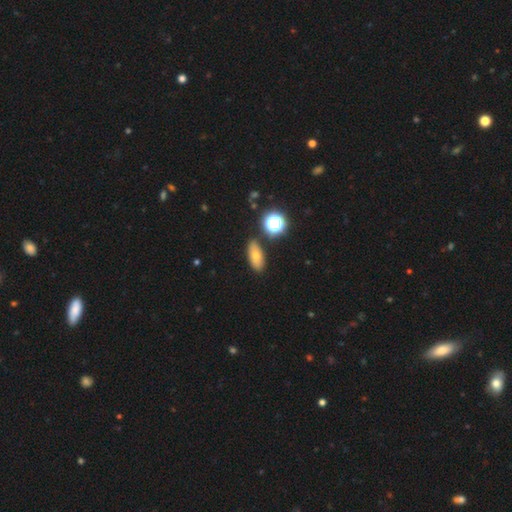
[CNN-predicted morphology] The model was most divided on "smooth or featured": smooth: 68%, featured or disk: 17%, star or artifact: 15%. More confident: merging — none (82%); how rounded — in between (79%).